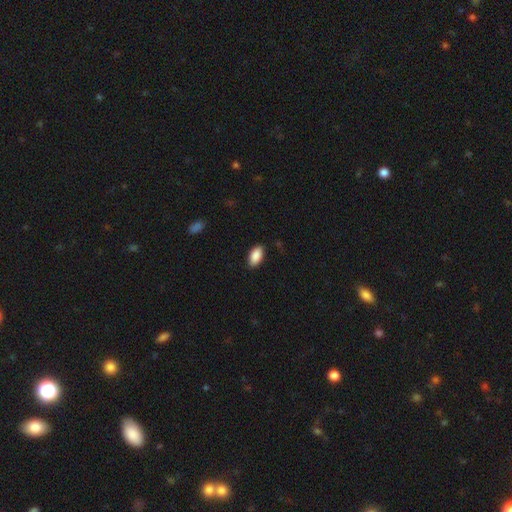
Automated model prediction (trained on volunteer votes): Overall: smooth (89%). How rounded: in between (94%). Merging: none (87%).